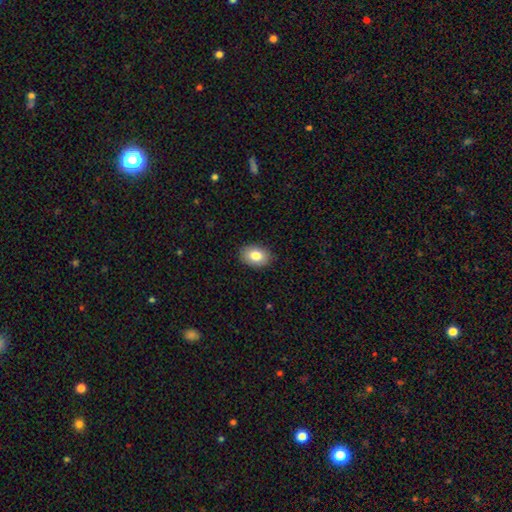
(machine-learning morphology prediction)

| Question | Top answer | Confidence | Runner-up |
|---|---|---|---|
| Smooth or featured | smooth | 83% | featured or disk (9%) |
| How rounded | in between | 81% | round (18%) |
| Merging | none | 89% | minor disturbance (8%) |